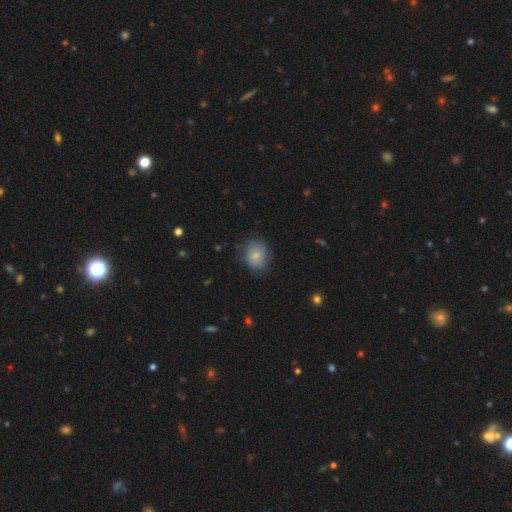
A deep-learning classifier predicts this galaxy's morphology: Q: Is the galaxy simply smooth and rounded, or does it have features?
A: smooth — 76%.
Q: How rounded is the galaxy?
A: round — 61%.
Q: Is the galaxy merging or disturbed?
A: none — 74%.